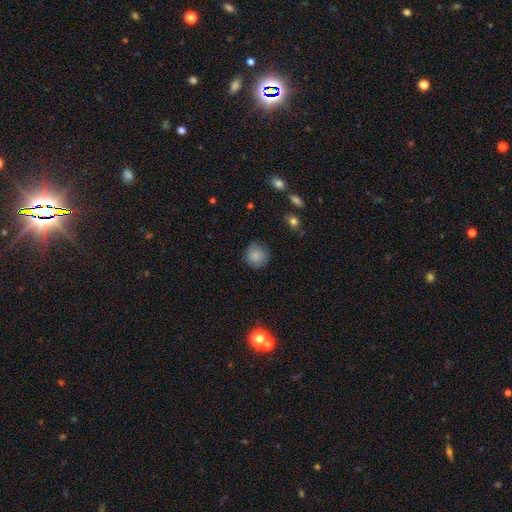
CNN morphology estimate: Smooth or featured? Predicted: smooth (p=0.83). How rounded? Predicted: round (p=0.91). Merging? Predicted: none (p=0.82).